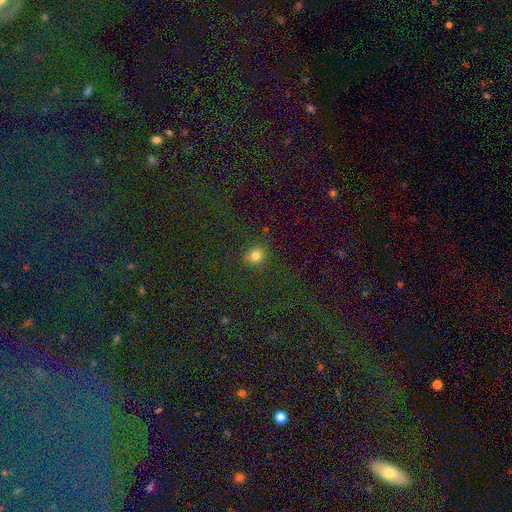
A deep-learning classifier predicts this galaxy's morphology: A smooth galaxy with no disk features (80%) that is round (77%). Merging: none (82%).